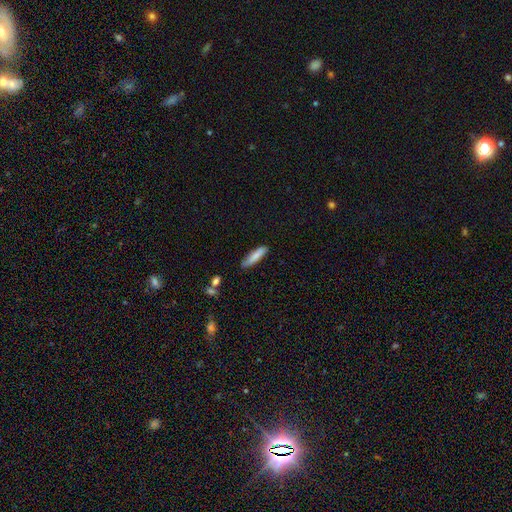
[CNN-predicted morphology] This appears to be a smooth galaxy with no disk features (79%) that is cigar-shaped (79%). Merging: none (83%).